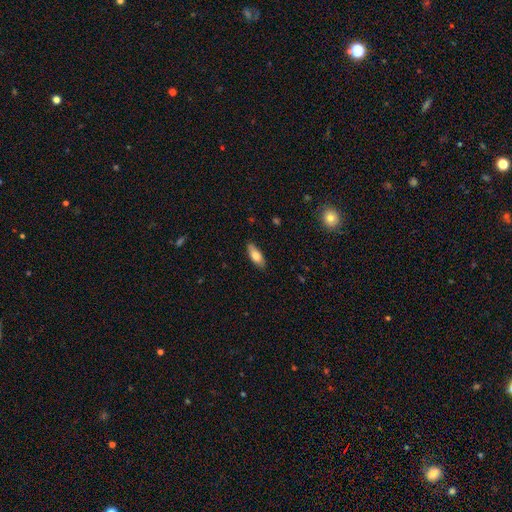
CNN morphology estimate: This appears to be a smooth galaxy with no disk features (75%) that is in between round and cigar-shaped (73%). Merging: none (85%).